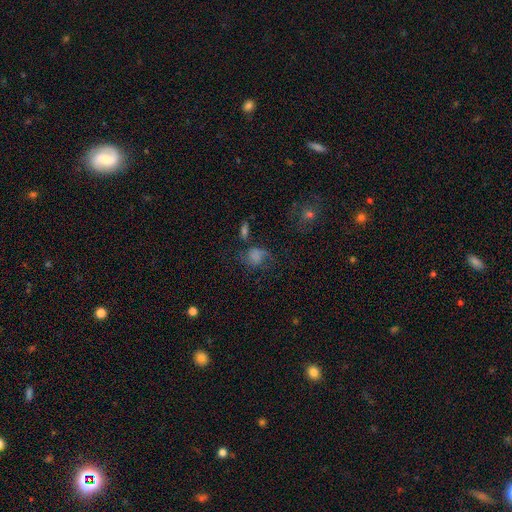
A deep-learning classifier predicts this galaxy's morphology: smooth-or-featured: smooth: 65% | featured or disk: 21% | star or artifact: 14%
  how-rounded: round: 57% | in between: 42% | cigar-shaped: 2%
  merging: none: 41% | major disturbance: 25% | minor disturbance: 24% | merger: 9%